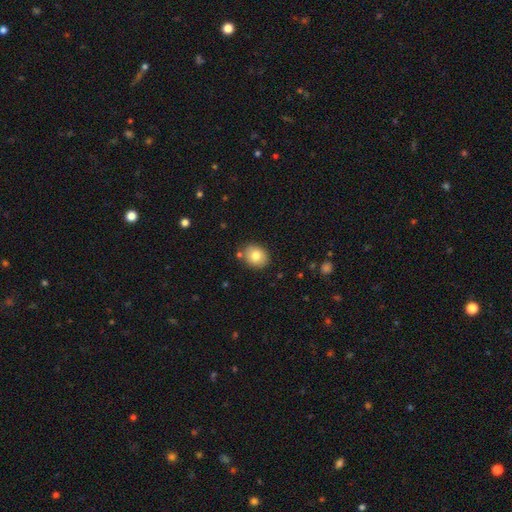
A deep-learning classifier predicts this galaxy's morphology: This is likely a smooth galaxy (79%). How rounded: likely round (64%). Merging: clearly none (81%).